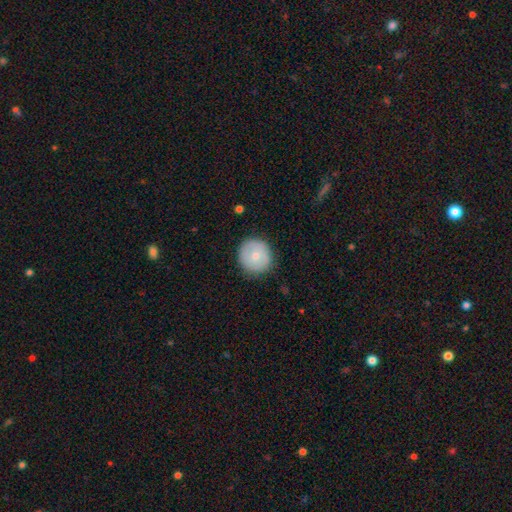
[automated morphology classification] A smooth galaxy with no disk features (70%) that is round (93%).

Vote fractions:
- Smooth or featured? smooth: 70% / featured or disk: 24% / star or artifact: 6%
- How rounded? round: 93% / in between: 6% / cigar-shaped: 1%
- Merging? none: 86% / minor disturbance: 10% / major disturbance: 3% / merger: 1%